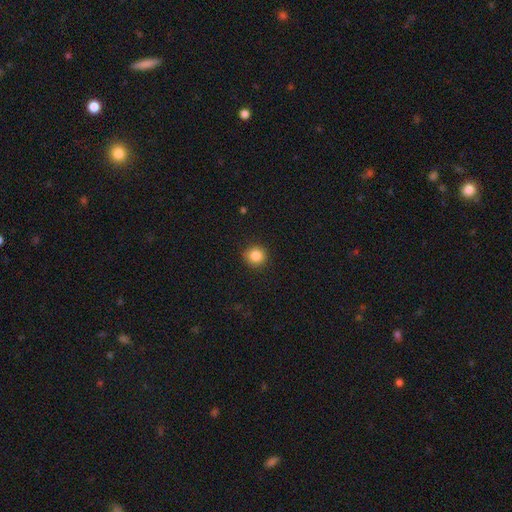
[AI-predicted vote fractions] The model was most divided on "smooth or featured": smooth: 85%, star or artifact: 10%, featured or disk: 5%. More confident: how rounded — round (93%); merging — none (90%).